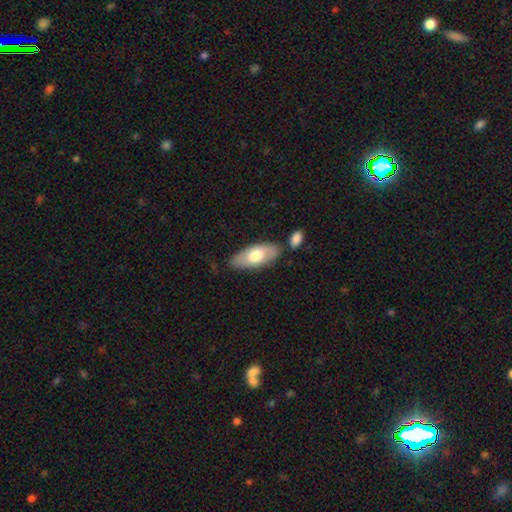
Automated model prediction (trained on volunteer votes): smooth 66%, featured or disk 29%, star or artifact 5%. Down the decision tree: how rounded — in between (83%); merging — none (76%).